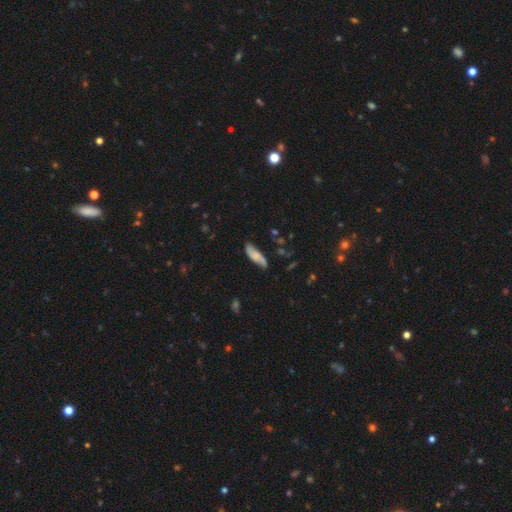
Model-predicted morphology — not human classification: smooth-or-featured: smooth: 61% | featured or disk: 32% | star or artifact: 7%
  how-rounded: in between: 55% | cigar-shaped: 43% | round: 2%
  merging: none: 71% | minor disturbance: 22% | major disturbance: 5% | merger: 3%